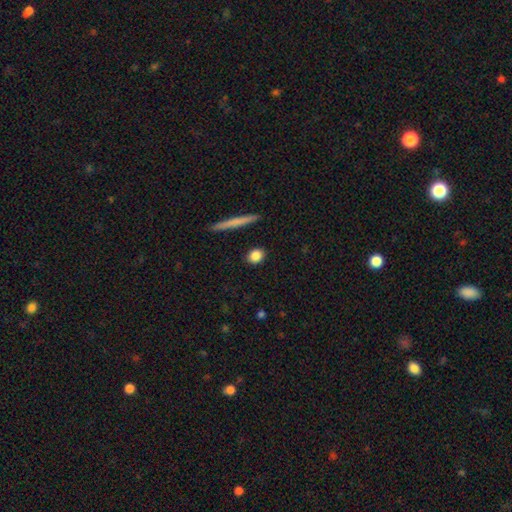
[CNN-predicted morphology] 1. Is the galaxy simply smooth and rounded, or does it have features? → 83% smooth, 8% star or artifact, 8% featured or disk.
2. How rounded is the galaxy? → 60% round, 33% in between, 8% cigar-shaped.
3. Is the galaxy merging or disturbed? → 89% none, 7% minor disturbance, 2% major disturbance, 2% merger.